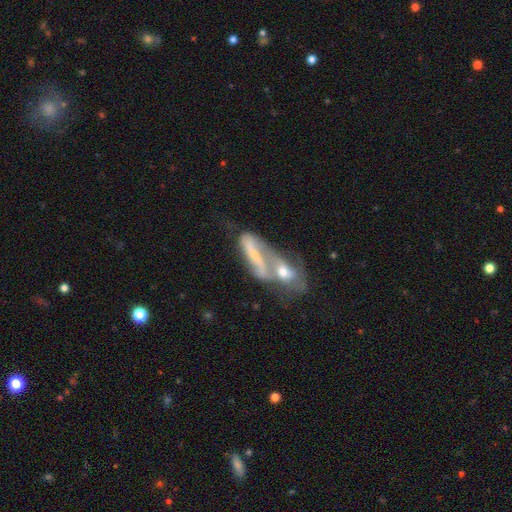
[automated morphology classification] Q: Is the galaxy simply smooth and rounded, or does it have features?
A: featured or disk — 66%.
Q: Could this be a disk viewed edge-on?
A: no — 80%.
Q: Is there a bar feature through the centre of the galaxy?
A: no — 40%.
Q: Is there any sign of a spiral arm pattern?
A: yes — 68%.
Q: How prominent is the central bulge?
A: small — 54%.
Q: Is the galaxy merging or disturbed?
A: merger — 72%.